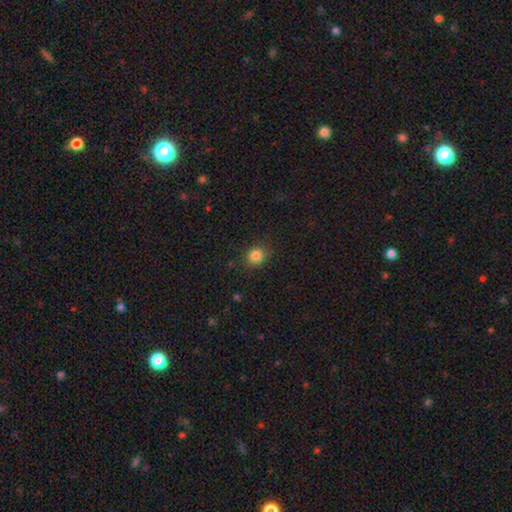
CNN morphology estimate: Q: Smooth or featured?
A: smooth (83%); runner-up: star or artifact (12%)
Q: How rounded?
A: round (79%); runner-up: in between (21%)
Q: Merging?
A: none (84%); runner-up: minor disturbance (12%)